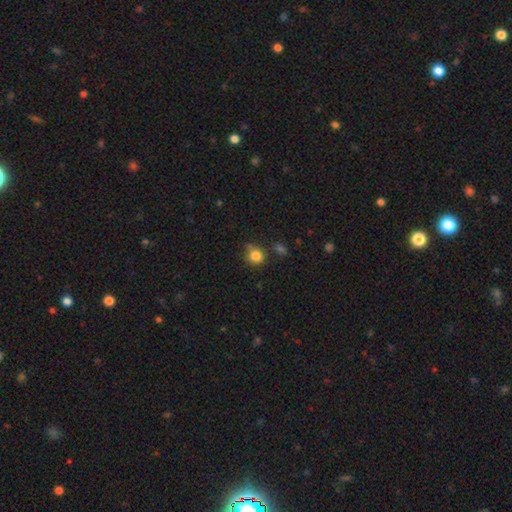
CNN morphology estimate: The model was most divided on "merging": none: 73%, minor disturbance: 14%, merger: 9%, major disturbance: 4%. More confident: how rounded — round (89%); smooth or featured — smooth (84%).